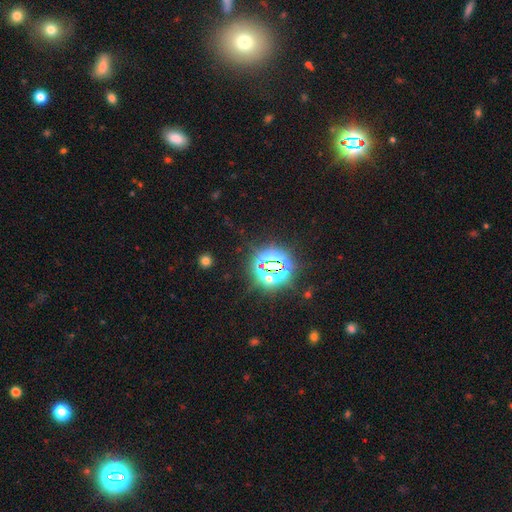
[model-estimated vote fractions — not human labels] A star or artifact, not a galaxy (80%).